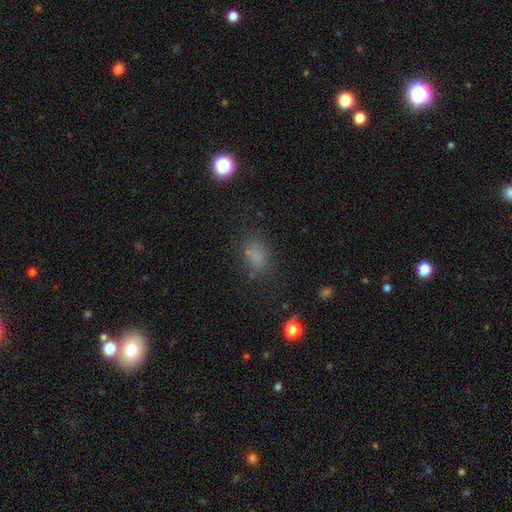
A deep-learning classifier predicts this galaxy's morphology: Smooth or featured: smooth — 73% (star or artifact — 19%)
How rounded: in between — 71% (round — 27%)
Merging: none — 69% (minor disturbance — 18%)